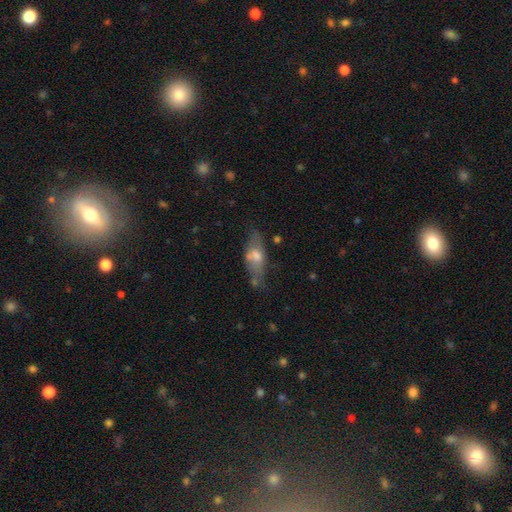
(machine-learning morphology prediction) smooth_or_featured: smooth (p=0.47) [alt: featured or disk p=0.44]
merging: none (p=0.57) [alt: minor disturbance p=0.24]